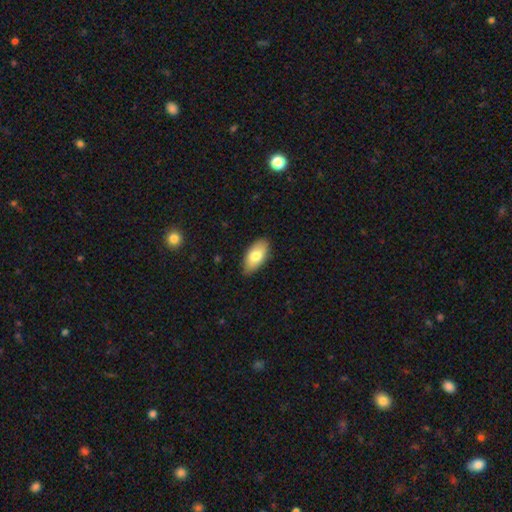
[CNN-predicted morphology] Smooth or featured?
  - smooth: 76% *
  - featured or disk: 17%
  - star or artifact: 6%
How rounded?
  - in between: 93% *
  - cigar-shaped: 4%
  - round: 3%
Merging?
  - none: 83% *
  - minor disturbance: 14%
  - major disturbance: 2%
  - merger: 1%